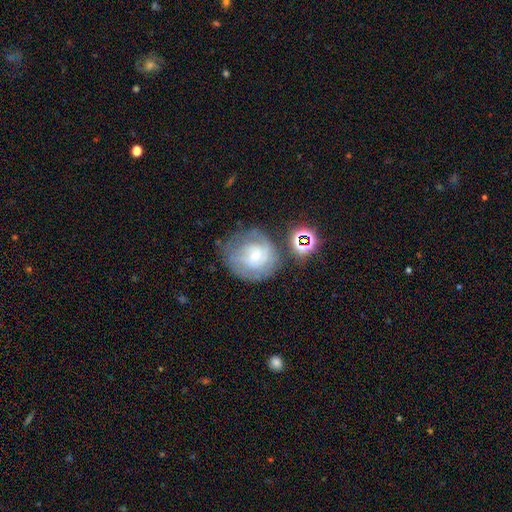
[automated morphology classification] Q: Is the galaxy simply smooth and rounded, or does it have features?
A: featured or disk — 59%.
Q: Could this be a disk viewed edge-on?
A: no — 97%.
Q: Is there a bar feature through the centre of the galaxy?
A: no — 69%.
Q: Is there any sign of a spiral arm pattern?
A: yes — 74%.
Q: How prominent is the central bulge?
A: small — 61%.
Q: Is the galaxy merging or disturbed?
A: none — 58%.